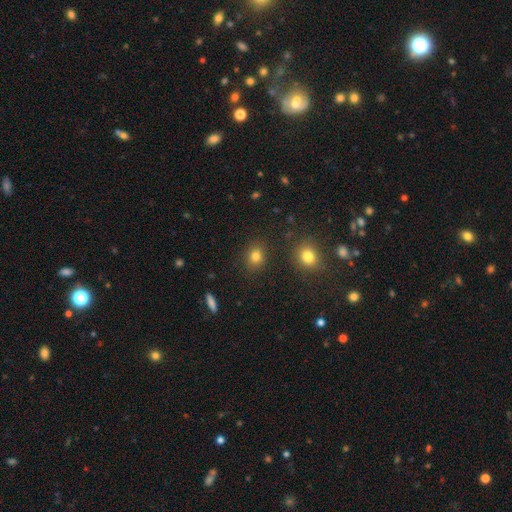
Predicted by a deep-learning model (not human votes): Smooth or featured?
  - smooth: 81% *
  - star or artifact: 13%
  - featured or disk: 7%
How rounded?
  - round: 60% *
  - in between: 39%
  - cigar-shaped: 1%
Merging?
  - none: 87% *
  - minor disturbance: 8%
  - merger: 3%
  - major disturbance: 3%